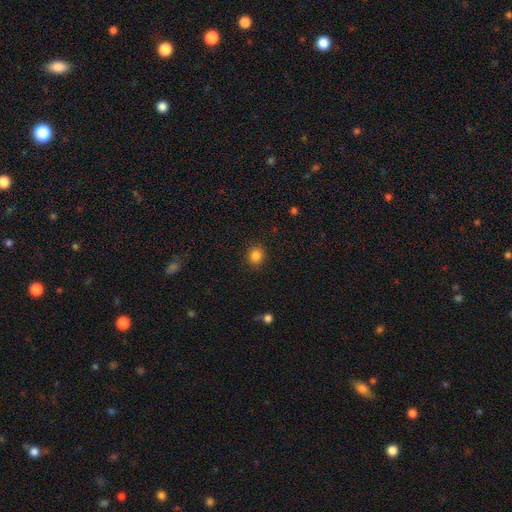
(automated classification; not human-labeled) The model was most divided on "smooth or featured": smooth: 85%, star or artifact: 11%, featured or disk: 4%. More confident: merging — none (90%); how rounded — round (90%).